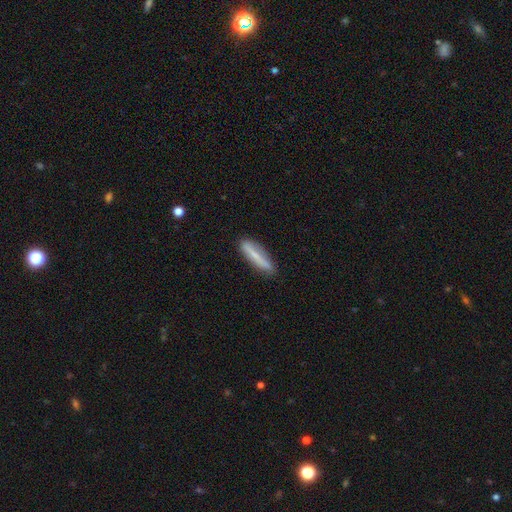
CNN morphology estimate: smooth_or_featured: smooth (p=0.60) [alt: featured or disk p=0.33]
how_rounded: cigar-shaped (p=0.80) [alt: in between p=0.18]
merging: none (p=0.83) [alt: minor disturbance p=0.12]